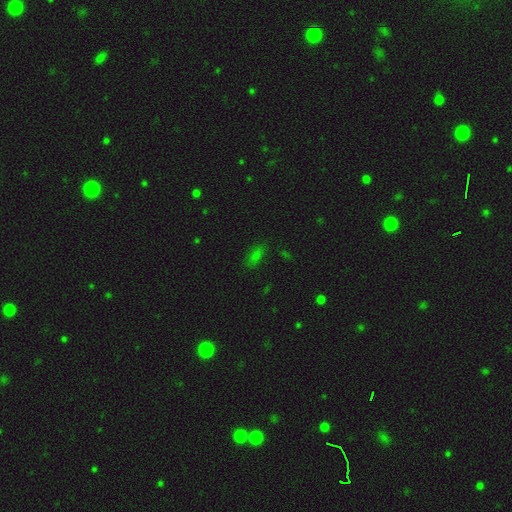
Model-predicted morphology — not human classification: Smooth or featured? smooth (57%)
How rounded? in between (78%)
Merging? none (79%)